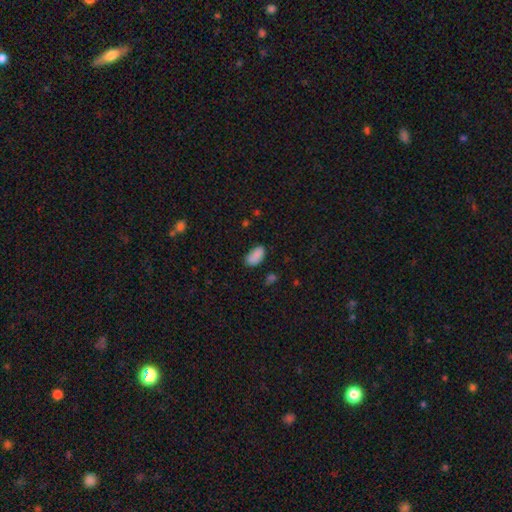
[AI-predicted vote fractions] This appears to be a smooth galaxy with no disk features (86%) that is in between round and cigar-shaped (93%). Merging: none (71%).